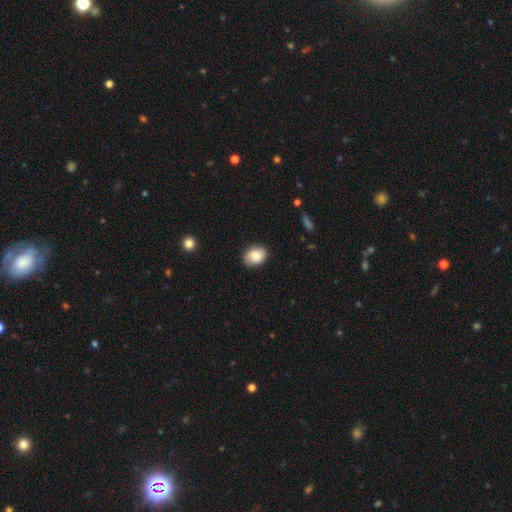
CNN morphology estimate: Smooth or featured? Predicted: smooth (p=0.84). How rounded? Predicted: in between (p=0.61). Merging? Predicted: none (p=0.83).